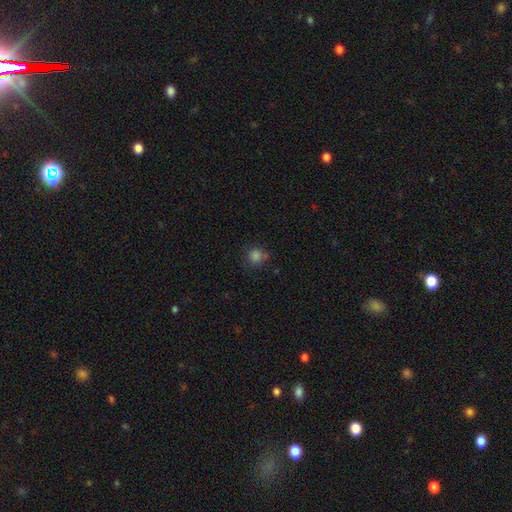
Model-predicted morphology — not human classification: smooth-or-featured: smooth: 80% | star or artifact: 15% | featured or disk: 5%
  how-rounded: round: 86% | in between: 13% | cigar-shaped: 1%
  merging: none: 72% | minor disturbance: 18% | major disturbance: 6% | merger: 4%